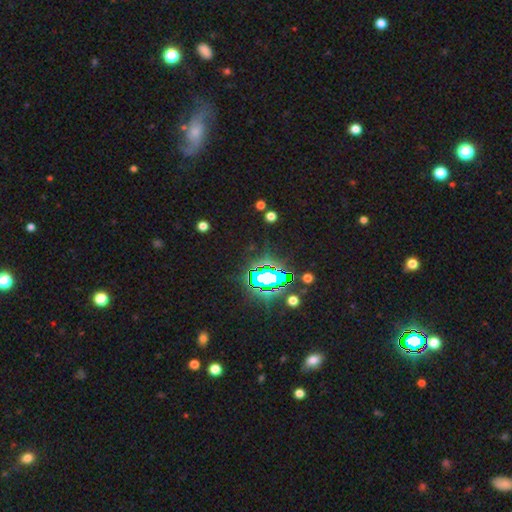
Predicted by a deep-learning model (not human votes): Smooth or featured? Predicted: star or artifact (p=0.78).